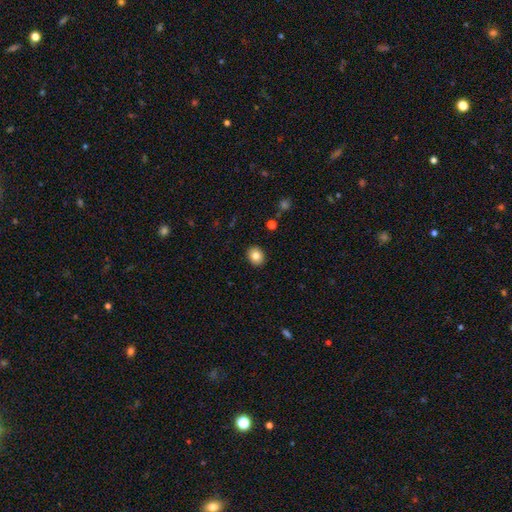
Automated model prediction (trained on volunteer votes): Q: Smooth or featured?
A: smooth (82%); runner-up: star or artifact (9%)
Q: How rounded?
A: round (64%); runner-up: in between (35%)
Q: Merging?
A: none (91%); runner-up: minor disturbance (6%)